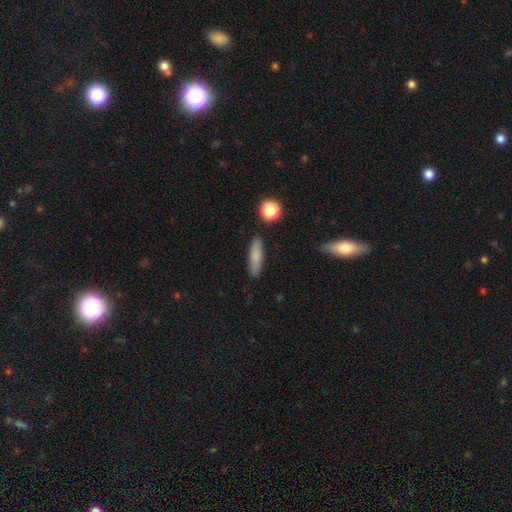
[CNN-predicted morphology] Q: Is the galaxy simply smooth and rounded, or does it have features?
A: smooth — 80%.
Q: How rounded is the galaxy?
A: cigar-shaped — 66%.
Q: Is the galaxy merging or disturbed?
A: none — 86%.